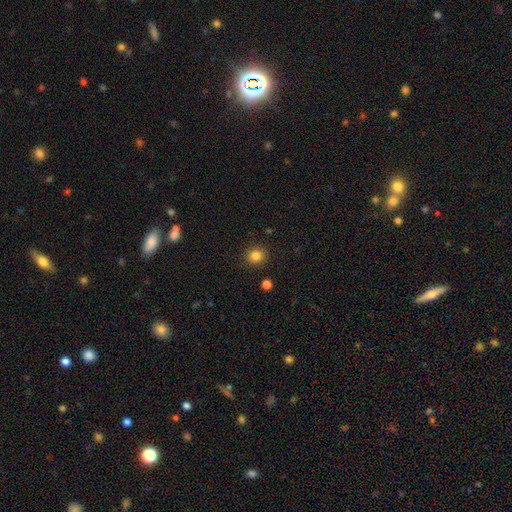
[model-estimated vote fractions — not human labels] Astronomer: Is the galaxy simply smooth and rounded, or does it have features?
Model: smooth — 84%.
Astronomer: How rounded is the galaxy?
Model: round — 86%.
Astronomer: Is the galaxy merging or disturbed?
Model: none — 90%.